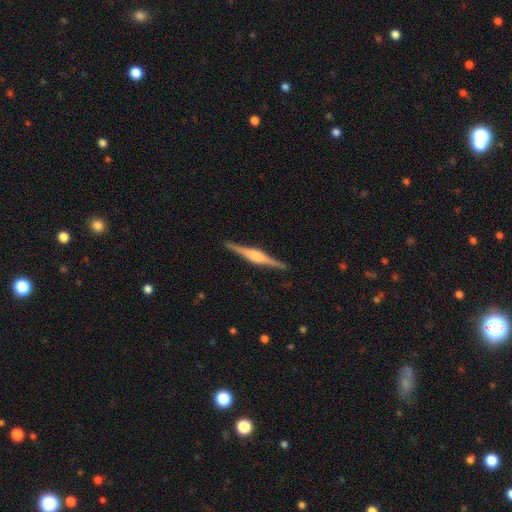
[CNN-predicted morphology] Overall: featured or disk (81%). Edge-on disk: yes (98%). Edge-on bulge: rounded (69%). Merging: none (90%).